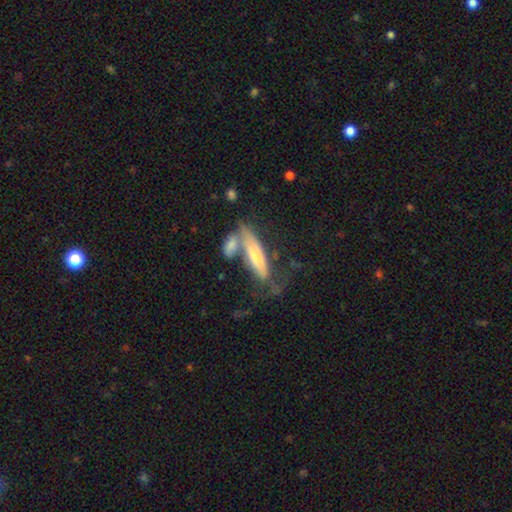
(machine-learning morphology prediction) Smooth or featured: featured or disk — 48% (smooth — 44%)
Merging: none — 37% (merger — 33%)